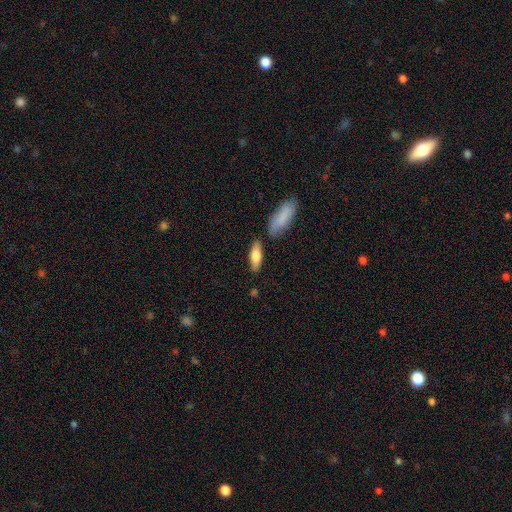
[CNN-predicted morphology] This is likely a smooth galaxy (71%). How rounded: possibly in between (59%). Merging: likely none (79%).